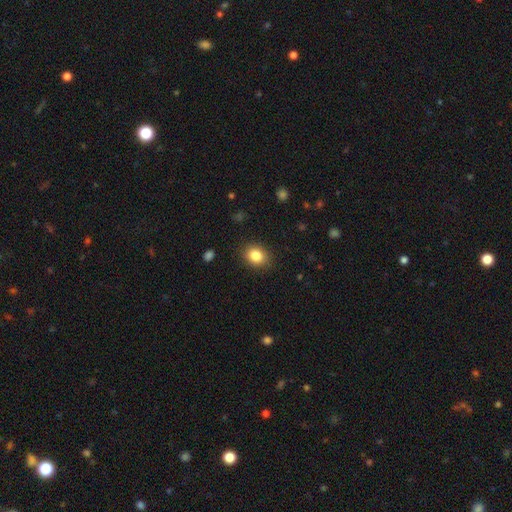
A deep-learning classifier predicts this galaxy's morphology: smooth 84%, star or artifact 10%, featured or disk 6%. Down the decision tree: how rounded — round (54%); merging — none (88%).